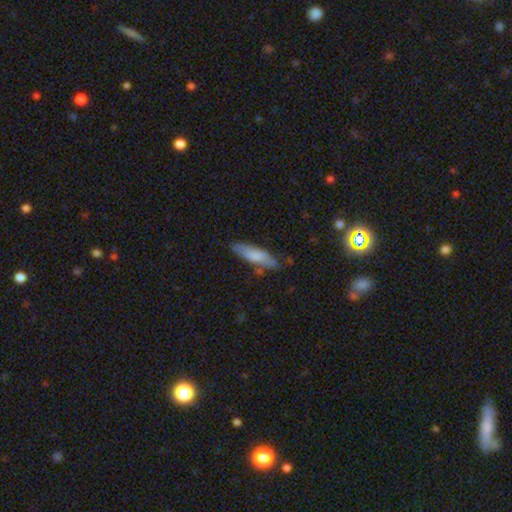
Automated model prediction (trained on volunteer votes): smooth-or-featured: smooth: 73% | featured or disk: 21% | star or artifact: 6%
  how-rounded: cigar-shaped: 62% | in between: 37% | round: 2%
  merging: none: 74% | minor disturbance: 19% | major disturbance: 4% | merger: 3%